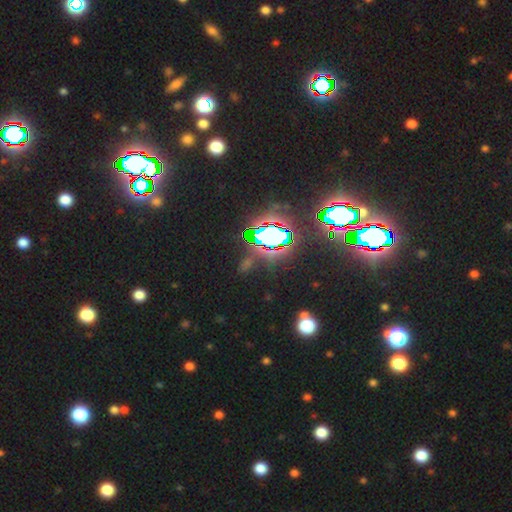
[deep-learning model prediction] The model was most divided on "smooth or featured": star or artifact: 84%, smooth: 9%, featured or disk: 7%.